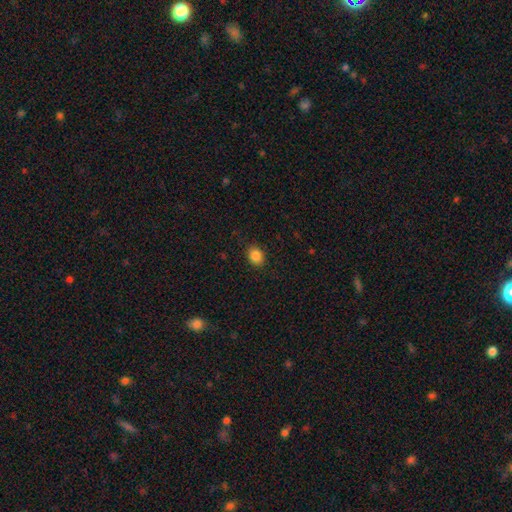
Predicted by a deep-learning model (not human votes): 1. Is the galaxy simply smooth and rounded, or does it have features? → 86% smooth, 10% star or artifact, 4% featured or disk.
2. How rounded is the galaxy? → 53% round, 46% in between, 1% cigar-shaped.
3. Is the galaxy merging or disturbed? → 89% none, 8% minor disturbance, 2% major disturbance, 1% merger.